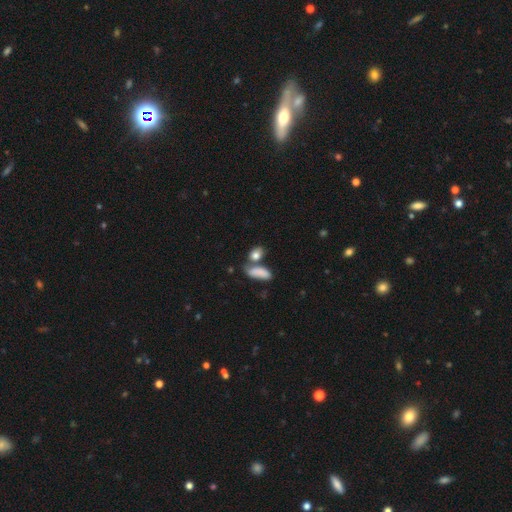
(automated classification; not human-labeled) smooth-or-featured: smooth: 83% | featured or disk: 9% | star or artifact: 8%
  how-rounded: in between: 75% | round: 18% | cigar-shaped: 7%
  merging: none: 50% | merger: 32% | minor disturbance: 13% | major disturbance: 5%